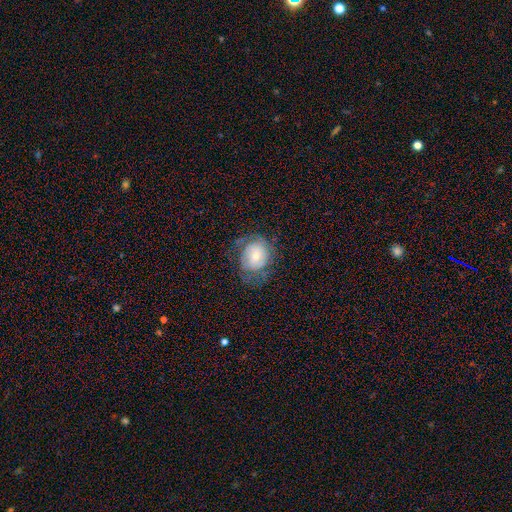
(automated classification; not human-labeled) Smooth or featured: smooth — 51% (featured or disk — 40%)
How rounded: round — 58% (in between — 41%)
Merging: none — 54% (minor disturbance — 25%)